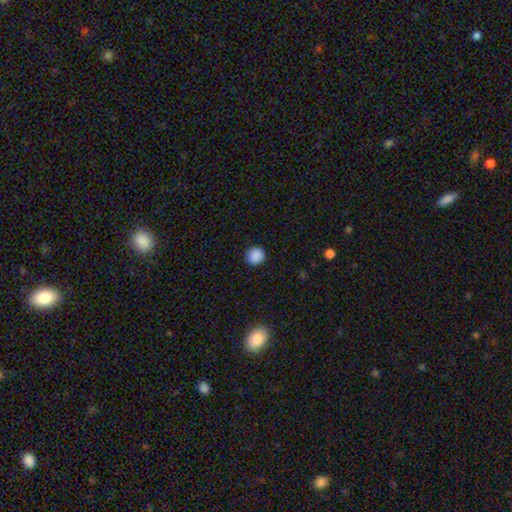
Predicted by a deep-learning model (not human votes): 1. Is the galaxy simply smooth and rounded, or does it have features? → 88% smooth, 9% star or artifact, 3% featured or disk.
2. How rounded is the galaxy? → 91% round, 8% in between, 1% cigar-shaped.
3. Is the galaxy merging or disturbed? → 90% none, 7% minor disturbance, 2% major disturbance, 1% merger.